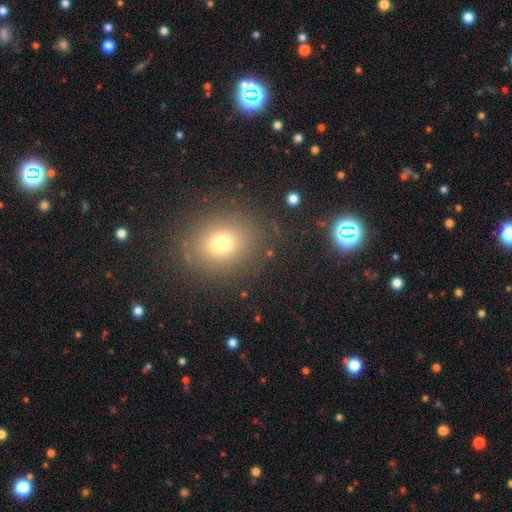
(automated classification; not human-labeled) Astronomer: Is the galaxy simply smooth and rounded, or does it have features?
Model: smooth — 60%.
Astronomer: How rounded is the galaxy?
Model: round — 57% (runner-up: in between, 42%).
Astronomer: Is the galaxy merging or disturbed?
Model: none — 88%.